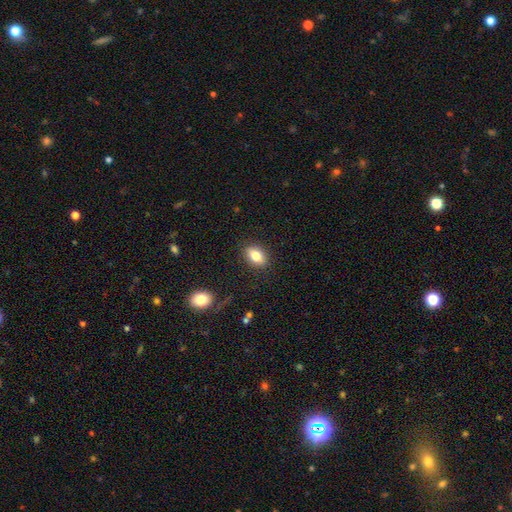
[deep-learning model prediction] smooth 76%, featured or disk 16%, star or artifact 8%. Down the decision tree: how rounded — in between (83%); merging — none (87%).